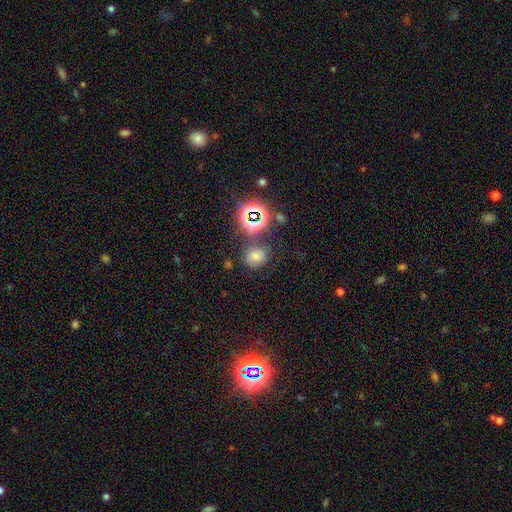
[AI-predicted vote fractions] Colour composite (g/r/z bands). It shows a smooth galaxy with no disk features (58%) that is round (62%). Merging: none (66%).